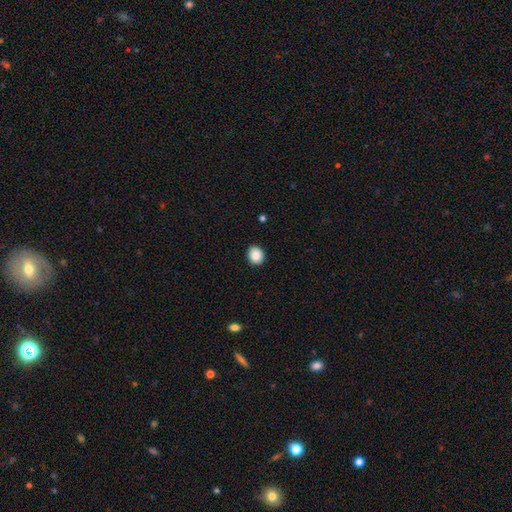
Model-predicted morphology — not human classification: Overall: smooth (88%). How rounded: round (62%; in between 37%). Merging: none (91%).